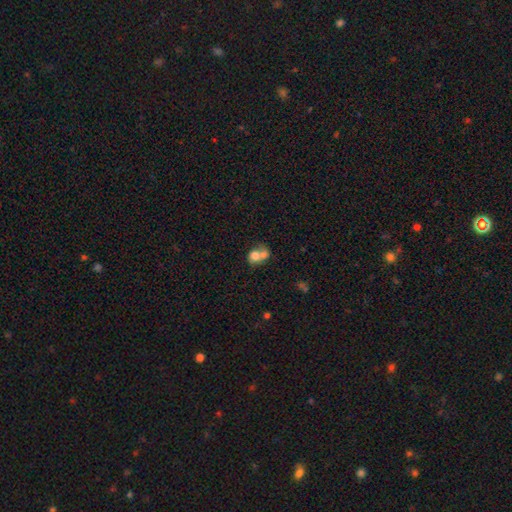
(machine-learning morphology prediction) smooth 70%, featured or disk 20%, star or artifact 10%. Down the decision tree: how rounded — round (58%); merging — merger (66%).